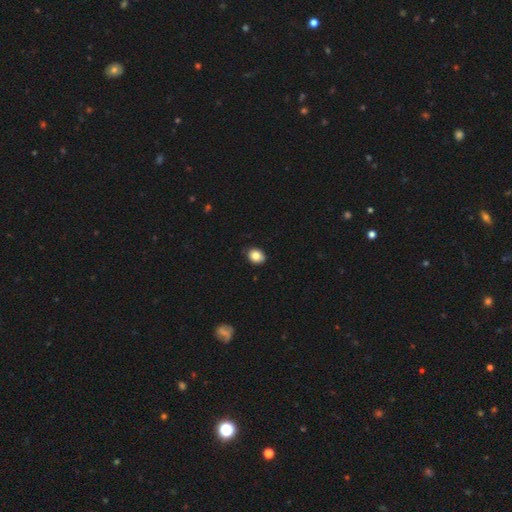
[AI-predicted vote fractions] Smooth or featured: smooth — 83% (star or artifact — 9%)
How rounded: in between — 53% (round — 46%)
Merging: none — 83% (minor disturbance — 14%)